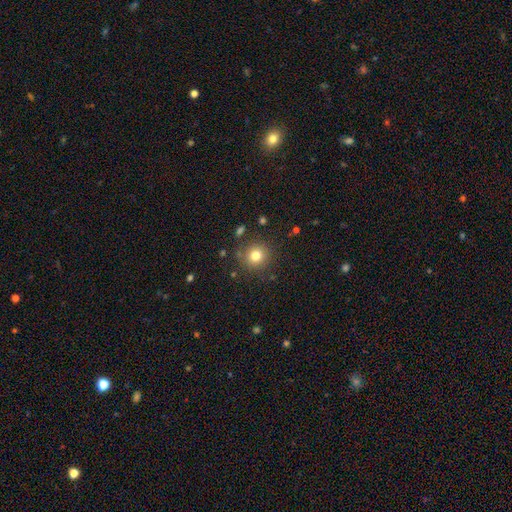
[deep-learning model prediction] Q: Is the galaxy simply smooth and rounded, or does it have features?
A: smooth — 79%.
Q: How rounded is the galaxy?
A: round — 92%.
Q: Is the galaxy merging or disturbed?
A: none — 85%.